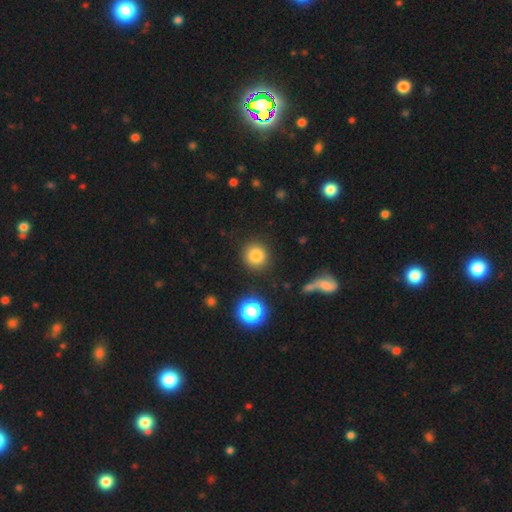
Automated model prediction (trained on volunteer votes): Smooth or featured? smooth (83%)
How rounded? round (91%)
Merging? none (88%)